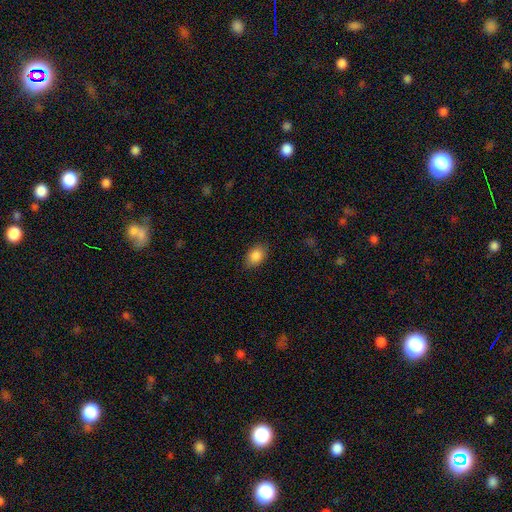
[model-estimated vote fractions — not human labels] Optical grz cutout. It shows a smooth galaxy with no disk features (87%) that is in between round and cigar-shaped (81%). Merging: none (84%).